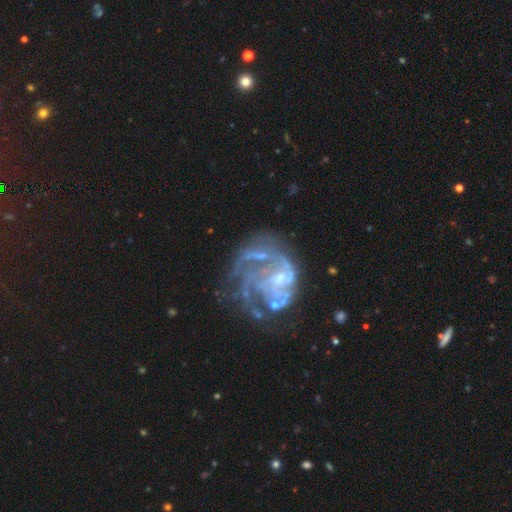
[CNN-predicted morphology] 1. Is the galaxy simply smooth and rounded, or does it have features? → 80% featured or disk, 10% star or artifact, 9% smooth.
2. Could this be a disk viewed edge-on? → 98% no, 2% yes.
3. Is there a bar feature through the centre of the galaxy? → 69% no, 25% weak, 5% strong.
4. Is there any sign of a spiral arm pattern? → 70% yes, 30% no.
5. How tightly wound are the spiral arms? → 37% medium (tied), 37% tight (tied), 25% loose.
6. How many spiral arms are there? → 42% can't tell, 19% 3, 14% 2, 11% 4, 8% 1, 7% more than 4.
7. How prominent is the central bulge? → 43% small, 31% none, 23% moderate, 2% large, 1% dominant.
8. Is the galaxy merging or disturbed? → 39% major disturbance, 34% none, 18% minor disturbance, 9% merger.